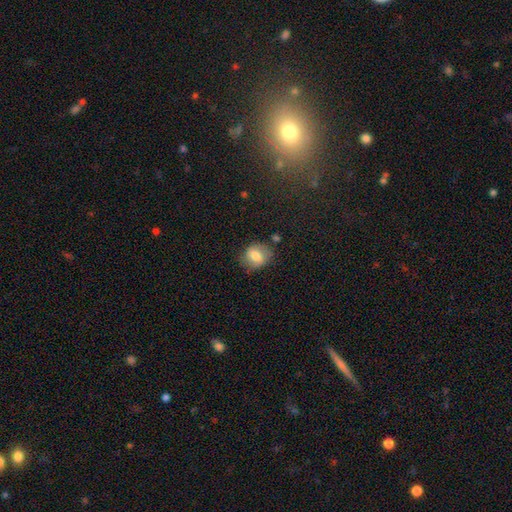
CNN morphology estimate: A smooth galaxy with no disk features (75%) that is round (63%). Merging: none (71%).